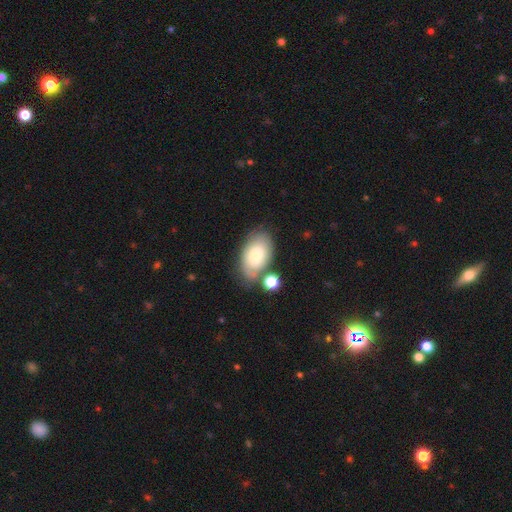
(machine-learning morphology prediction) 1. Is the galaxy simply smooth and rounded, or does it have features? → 68% smooth, 25% featured or disk, 7% star or artifact.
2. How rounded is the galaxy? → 91% in between, 7% round, 1% cigar-shaped.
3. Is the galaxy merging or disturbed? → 59% none, 20% minor disturbance, 14% merger, 7% major disturbance.